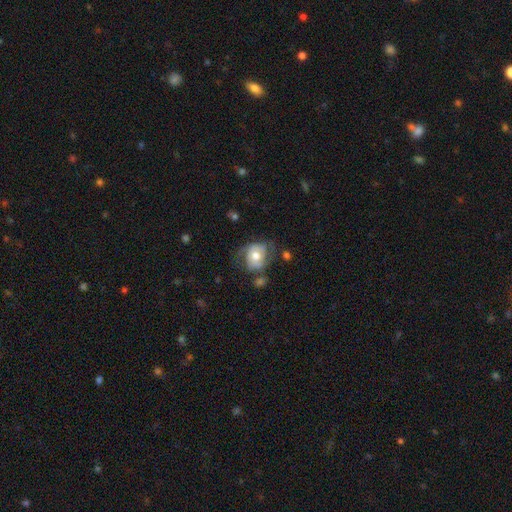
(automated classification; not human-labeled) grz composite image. It shows a featured or disk galaxy (55%) with no bar (77%), spiral arms (71%) and a moderate central bulge (72%). Merging: none (44%).